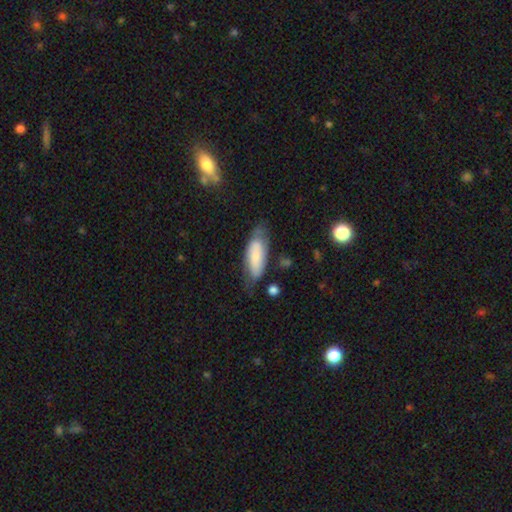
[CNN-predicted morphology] type=smooth (66%); roundness=in between (70%); merging=none (58%).